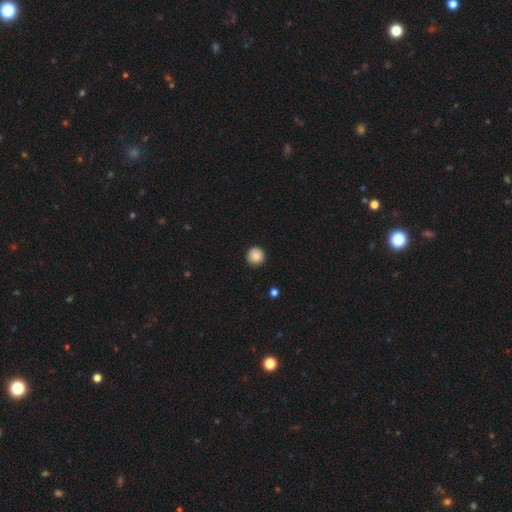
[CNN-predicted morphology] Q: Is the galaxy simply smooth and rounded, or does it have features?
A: smooth — 87%.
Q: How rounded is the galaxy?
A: round — 96%.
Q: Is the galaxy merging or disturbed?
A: none — 91%.